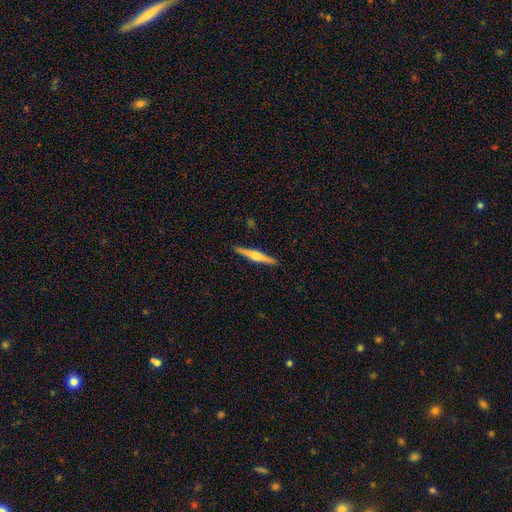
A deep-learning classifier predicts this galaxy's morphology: This is likely a featured or disk galaxy (62%). It is clearly viewed edge-on (98%). Edge-on bulge: clearly rounded (82%). Merging: clearly none (91%).